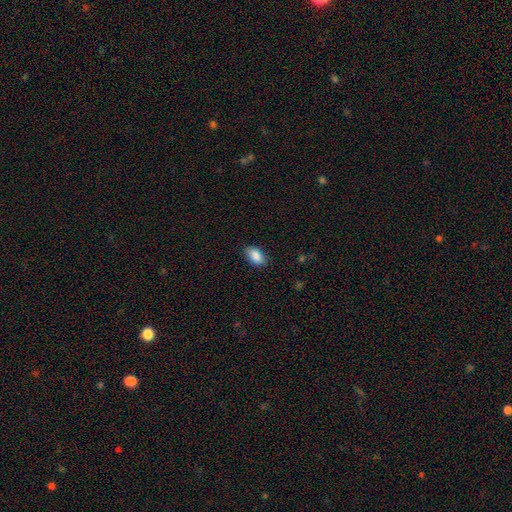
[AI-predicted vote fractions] Smooth or featured: smooth — 89% (star or artifact — 7%)
How rounded: in between — 92% (round — 6%)
Merging: none — 84% (minor disturbance — 12%)